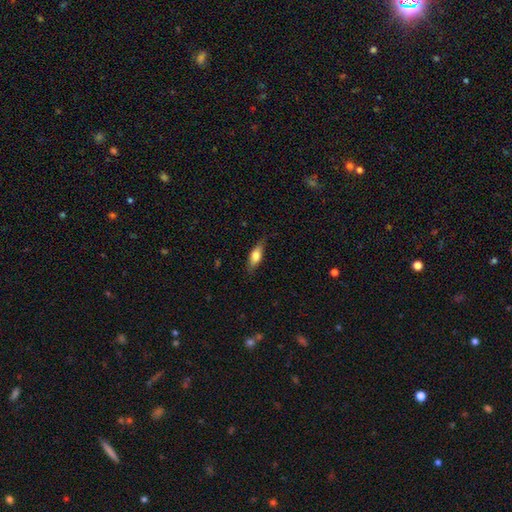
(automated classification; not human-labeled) Q: Smooth or featured?
A: smooth (70%); runner-up: featured or disk (24%)
Q: How rounded?
A: in between (64%); runner-up: cigar-shaped (33%)
Q: Merging?
A: none (79%); runner-up: minor disturbance (17%)